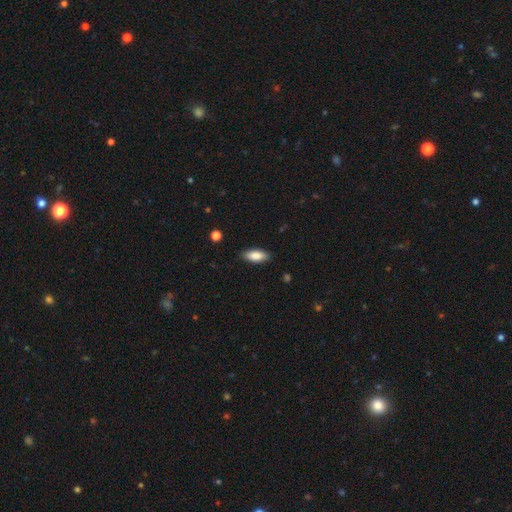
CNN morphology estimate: Smooth or featured? Predicted: smooth (p=0.85). How rounded? Predicted: in between (p=0.83). Merging? Predicted: none (p=0.87).